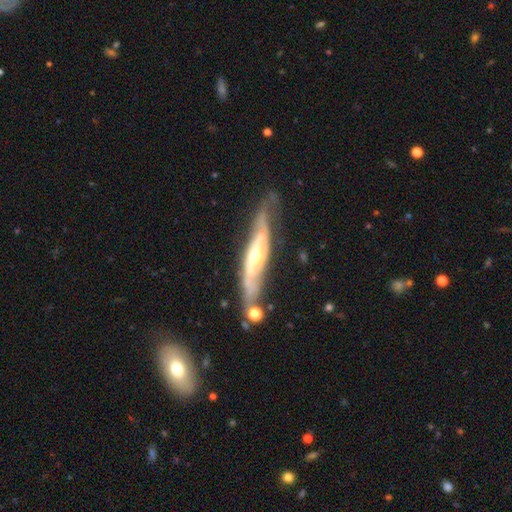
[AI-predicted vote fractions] Q: Smooth or featured?
A: featured or disk (80%); runner-up: smooth (15%)
Q: Edge-on disk?
A: no (52%); runner-up: yes (48%)
Q: Merging?
A: none (61%); runner-up: minor disturbance (23%)